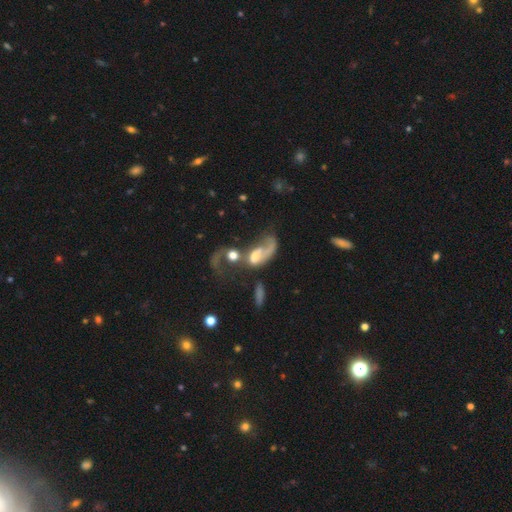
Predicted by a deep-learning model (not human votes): Overall: featured or disk (63%; smooth 26%). Edge-on disk: no (94%). Bar: no (60%; weak 30%). Spiral arms: yes (70%; no 30%). Bulge size: moderate (47%; small 24%). Merging: merger (54%; major disturbance 25%).